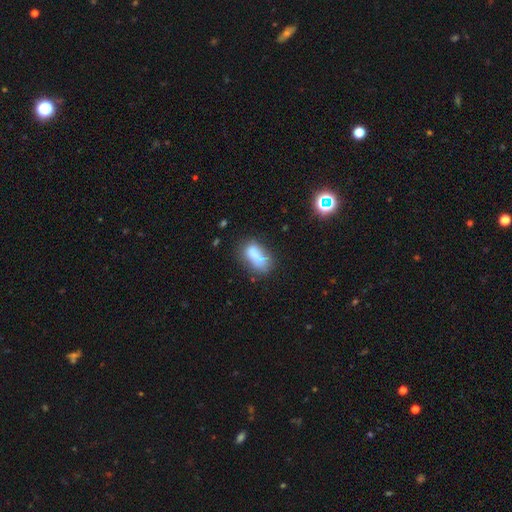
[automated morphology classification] type=smooth (65%); roundness=in between (79%); merging=merger (41%).